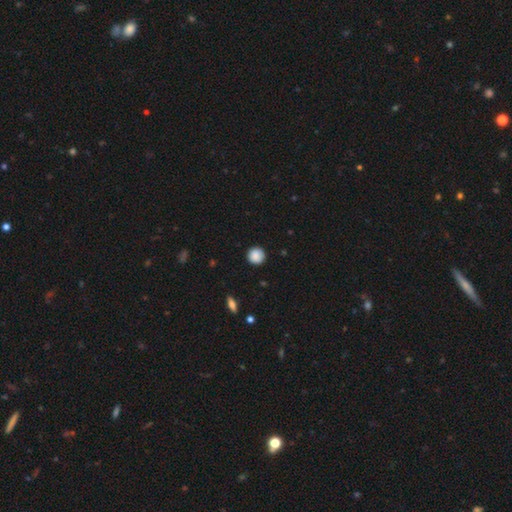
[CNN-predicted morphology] Smooth or featured? smooth (88%)
How rounded? round (95%)
Merging? none (91%)